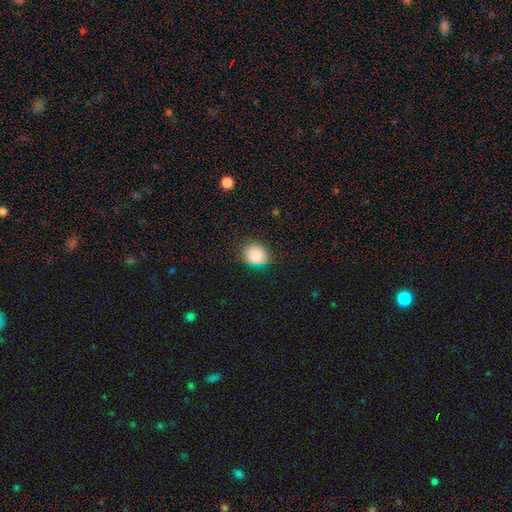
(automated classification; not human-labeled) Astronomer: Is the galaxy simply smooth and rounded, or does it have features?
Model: smooth — 84%.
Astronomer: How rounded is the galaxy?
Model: round — 70%.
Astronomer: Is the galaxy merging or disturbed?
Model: none — 81%.